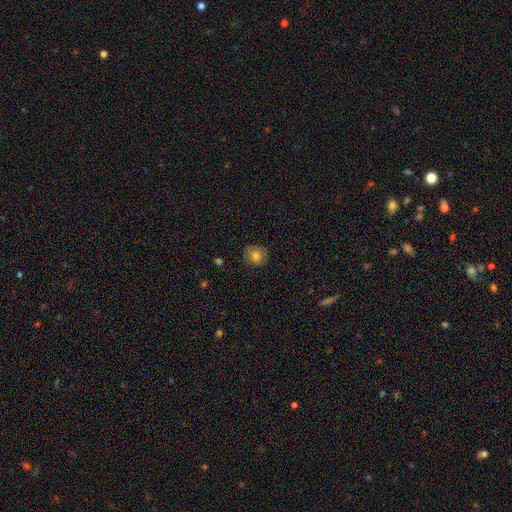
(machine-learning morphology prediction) Smooth or featured? Predicted: smooth (p=0.78). How rounded? Predicted: round (p=0.82). Merging? Predicted: none (p=0.82).